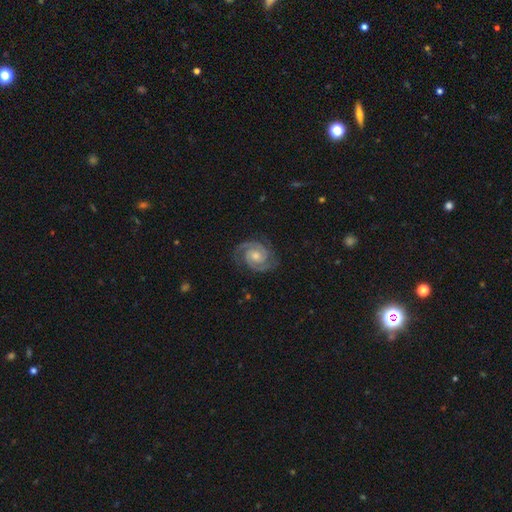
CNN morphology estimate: This appears to be a featured or disk galaxy (91%) with no bar (66%), 2 (91%) tight (62%) spiral arms (98%) and a moderate central bulge (54%). Merging: none (81%).